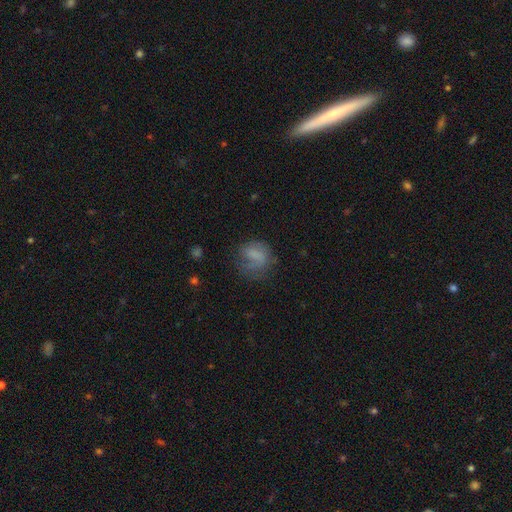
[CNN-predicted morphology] smooth_or_featured: smooth (p=0.61) [alt: featured or disk p=0.29]
how_rounded: round (p=0.57) [alt: in between p=0.41]
merging: none (p=0.44) [alt: major disturbance p=0.28]